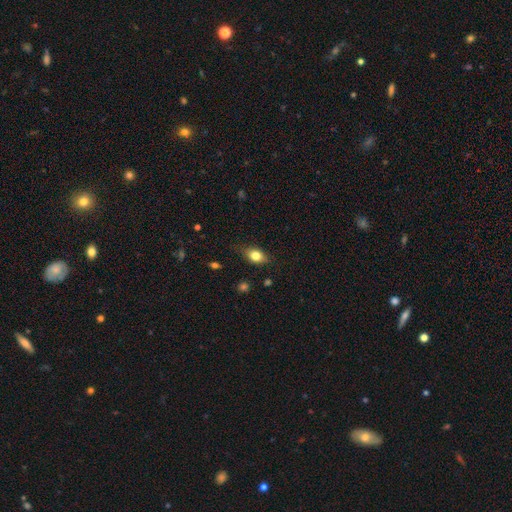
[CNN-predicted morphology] type=smooth (77%); roundness=in between (73%); merging=none (77%).